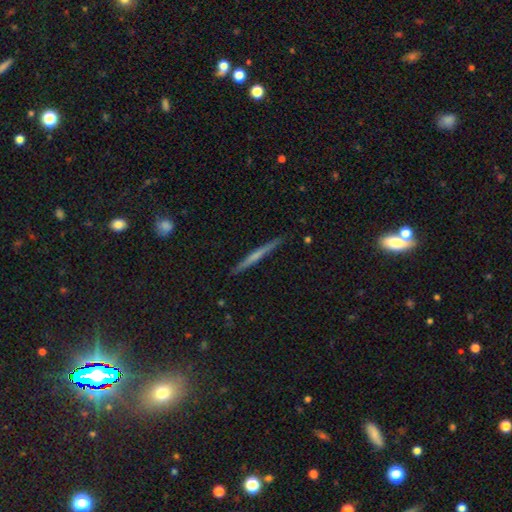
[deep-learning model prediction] featured or disk 51%, smooth 43%, star or artifact 6%. Down the decision tree: edge-on disk — yes (98%); merging — none (91%).